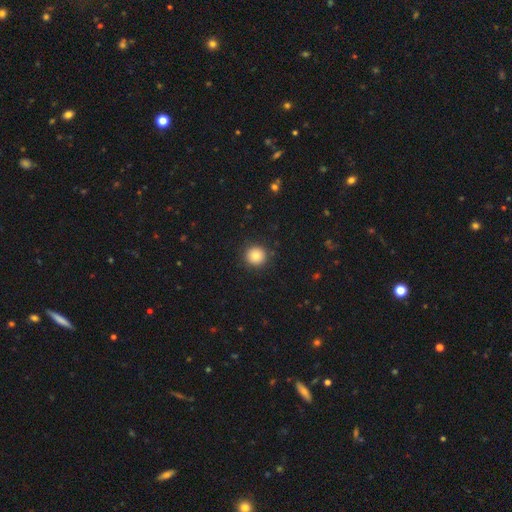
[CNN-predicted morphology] Smooth or featured: smooth — 84% (star or artifact — 10%)
How rounded: round — 95% (in between — 4%)
Merging: none — 91% (minor disturbance — 6%)